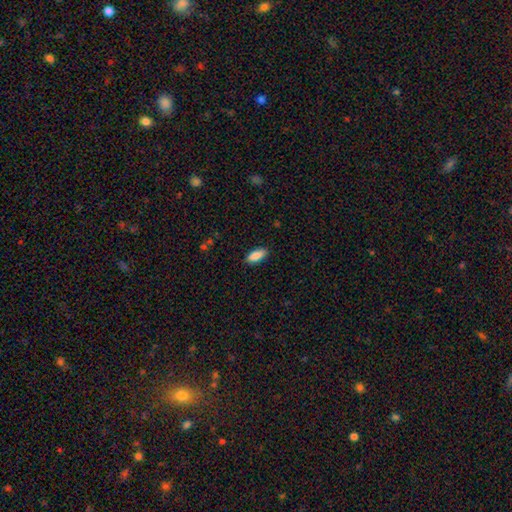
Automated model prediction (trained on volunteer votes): Morphology: type=smooth (88%); roundness=in between (79%); merging=none (87%).